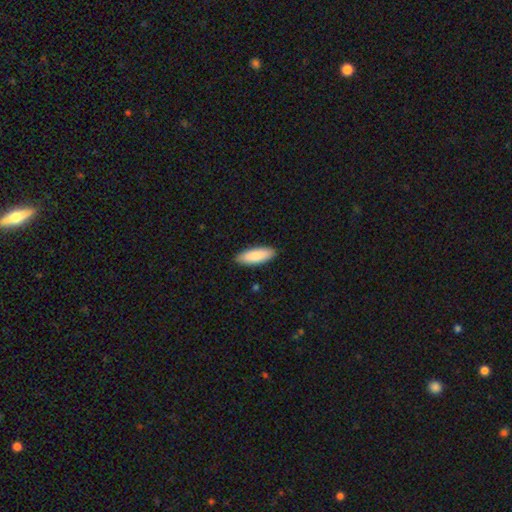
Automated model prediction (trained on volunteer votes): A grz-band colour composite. It shows a smooth galaxy with no disk features (87%) that is in between round and cigar-shaped (63%). Merging: none (90%).